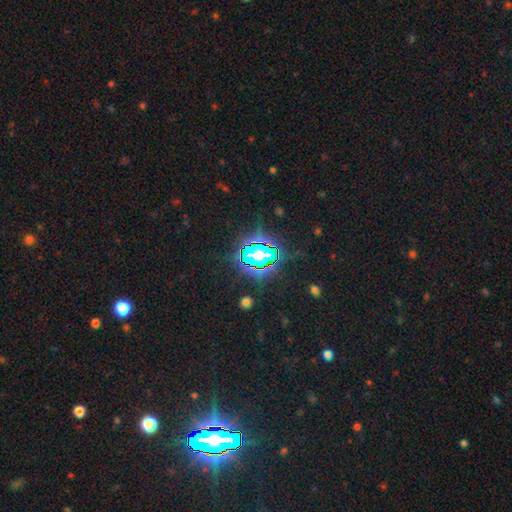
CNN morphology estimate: This is likely a star or artifact rather than a galaxy (67%).